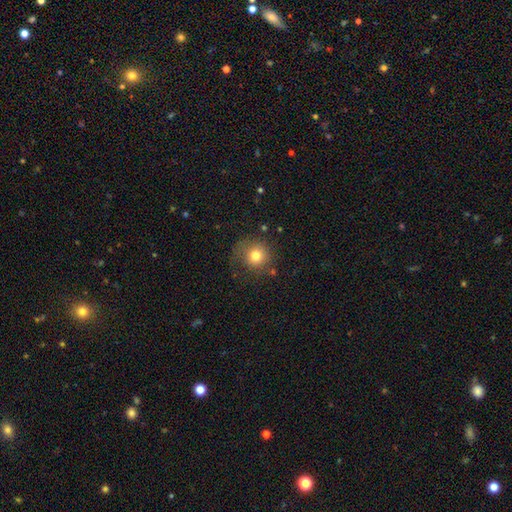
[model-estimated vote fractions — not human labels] Smooth or featured? Predicted: smooth (p=0.77). How rounded? Predicted: round (p=0.90). Merging? Predicted: none (p=0.72).